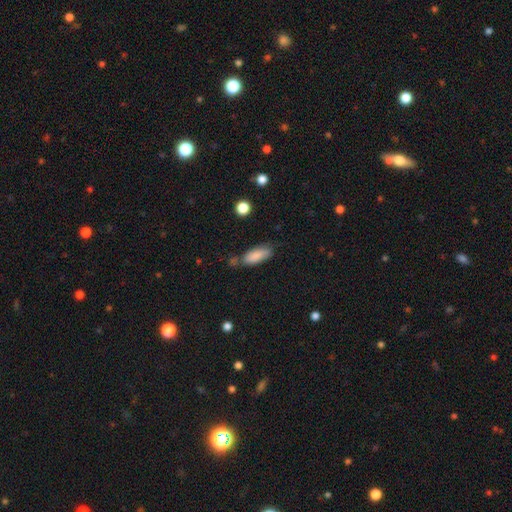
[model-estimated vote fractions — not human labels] Overall: smooth (82%). How rounded: in between (74%). Merging: none (63%).